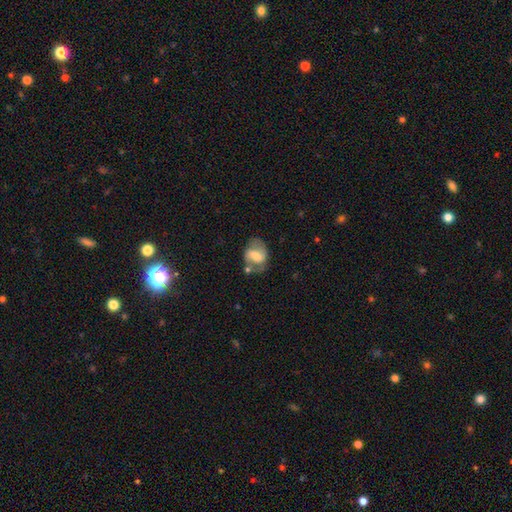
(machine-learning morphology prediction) type=featured or disk (56%); edge-on=no (96%); bar=weak (43%); spiral arms=yes (76%); bulge=moderate (50%); merging=none (56%).